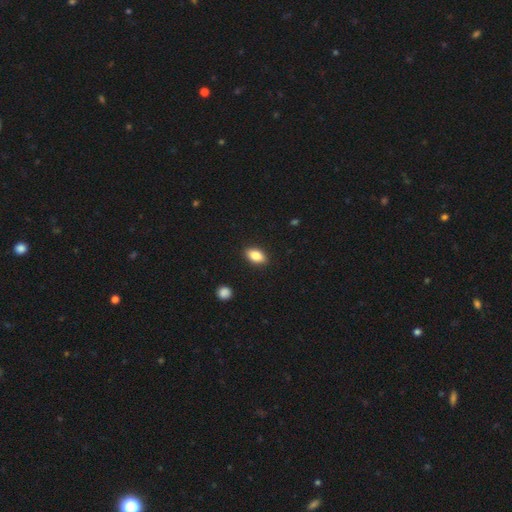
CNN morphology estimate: type=smooth (85%); roundness=in between (89%); merging=none (89%).